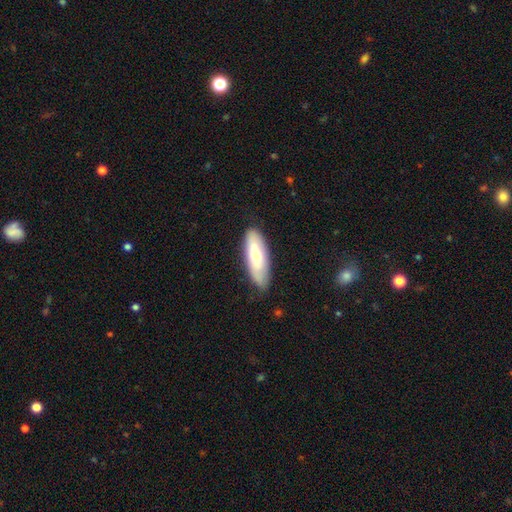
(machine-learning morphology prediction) smooth_or_featured: smooth (p=0.61) [alt: featured or disk p=0.33]
how_rounded: in between (p=0.63) [alt: cigar-shaped p=0.35]
merging: none (p=0.77) [alt: minor disturbance p=0.18]